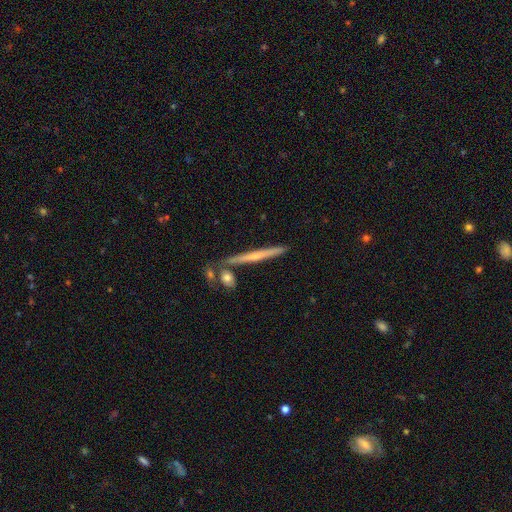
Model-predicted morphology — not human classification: Q: Smooth or featured?
A: featured or disk (53%); runner-up: smooth (41%)
Q: Edge-on disk?
A: yes (96%); runner-up: no (4%)
Q: Edge-on bulge?
A: none (60%); runner-up: rounded (34%)
Q: Merging?
A: none (82%); runner-up: minor disturbance (9%)